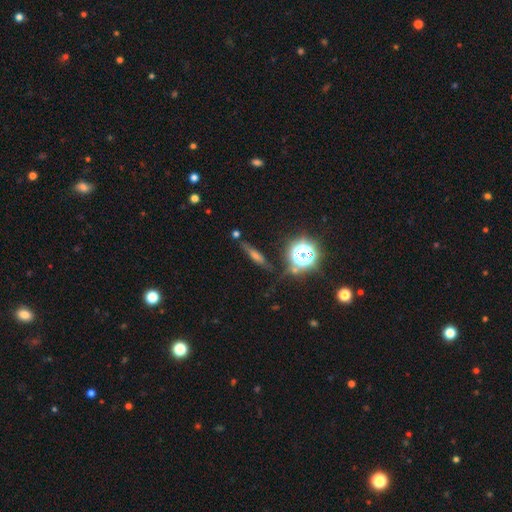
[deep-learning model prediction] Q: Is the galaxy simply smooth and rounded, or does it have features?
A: featured or disk — 37%.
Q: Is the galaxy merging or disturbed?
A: none — 80%.